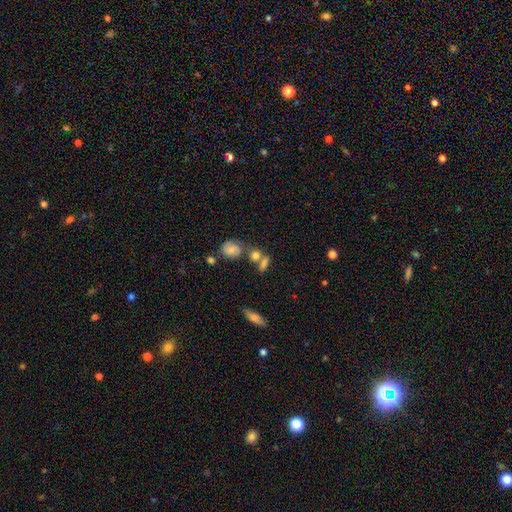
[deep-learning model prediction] smooth-or-featured: smooth: 72% | featured or disk: 15% | star or artifact: 13%
  how-rounded: in between: 50% | round: 40% | cigar-shaped: 10%
  merging: none: 43% | merger: 37% | minor disturbance: 13% | major disturbance: 7%